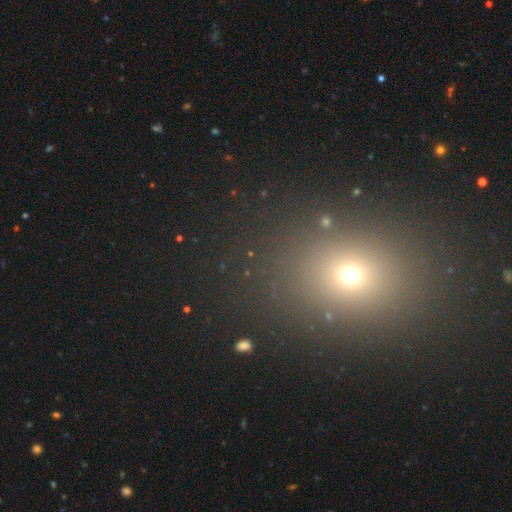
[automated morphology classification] A smooth galaxy with no disk features (56%) that is round (56%).

Vote fractions:
- Smooth or featured? smooth: 56% / star or artifact: 35% / featured or disk: 9%
- How rounded? round: 56% / in between: 43% / cigar-shaped: 2%
- Merging? none: 87% / minor disturbance: 7% / major disturbance: 3% / merger: 2%